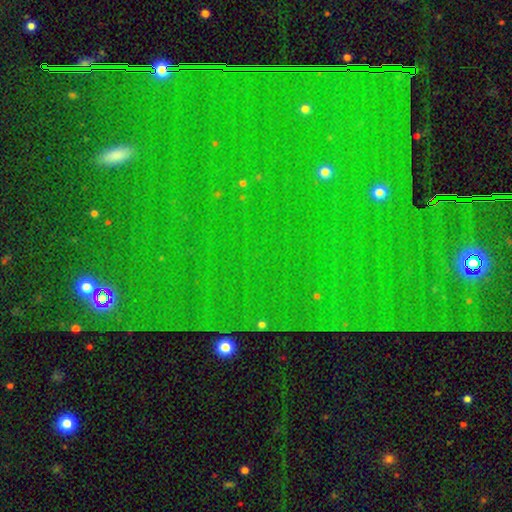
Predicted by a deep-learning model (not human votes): star or artifact 81%, smooth 11%, featured or disk 8%.